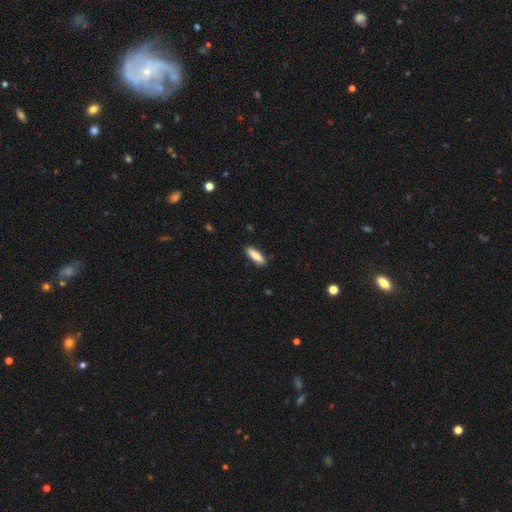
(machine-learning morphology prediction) A smooth galaxy with no disk features (83%) that is cigar-shaped (55%).

Vote fractions:
- Smooth or featured? smooth: 83% / featured or disk: 11% / star or artifact: 6%
- How rounded? cigar-shaped: 55% / in between: 43% / round: 2%
- Merging? none: 88% / minor disturbance: 9% / major disturbance: 2% / merger: 1%